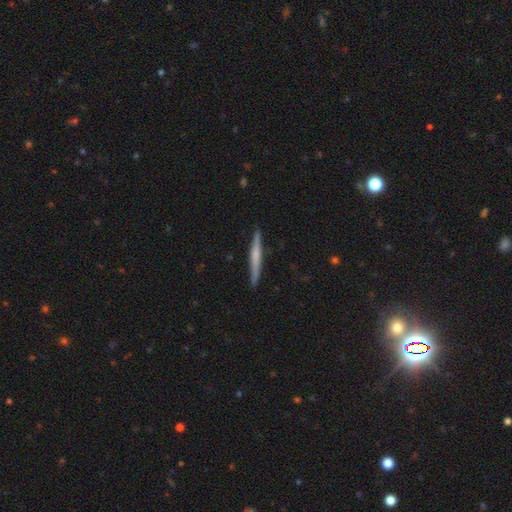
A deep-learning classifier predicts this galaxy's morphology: A featured or disk galaxy (51%) viewed edge-on (97%). Merging: none (90%).